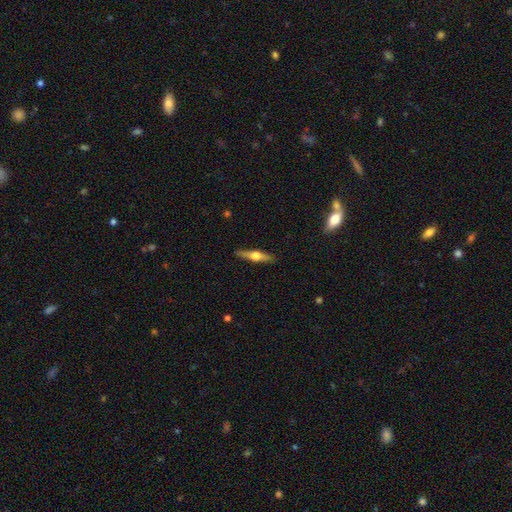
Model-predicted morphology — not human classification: Smooth or featured? featured or disk (59%)
Edge-on disk? yes (95%)
Edge-on bulge? rounded (94%)
Merging? none (89%)